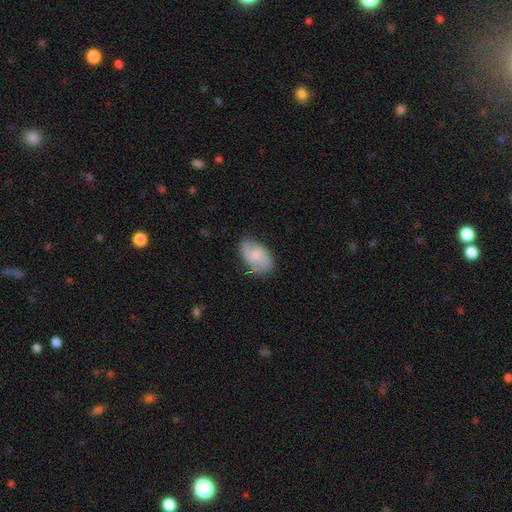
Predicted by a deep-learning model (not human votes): smooth-or-featured: featured or disk: 64% | smooth: 29% | star or artifact: 7%
  disk-edge-on: no: 97% | yes: 3%
    bar: no: 53% | weak: 42% | strong: 6%
    has-spiral-arms: yes: 92% | no: 8%
      spiral-winding: medium: 48% | loose: 29% | tight: 23%
      spiral-arm-count: 2: 83% | can't tell: 9% | 3: 3% | 1: 2% | 4: 1% | more than 4: 1%
    bulge-size: small: 50% | moderate: 25% | none: 22% | large: 2% | dominant: 1%
  merging: none: 71% | minor disturbance: 21% | major disturbance: 6% | merger: 2%